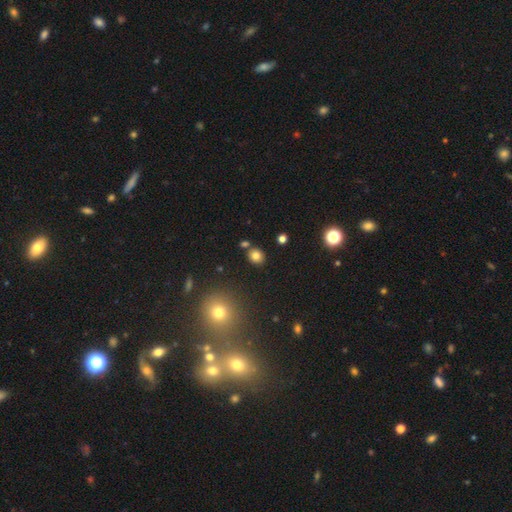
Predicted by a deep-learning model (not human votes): Morphology: type=smooth (79%); roundness=round (74%); merging=none (80%).